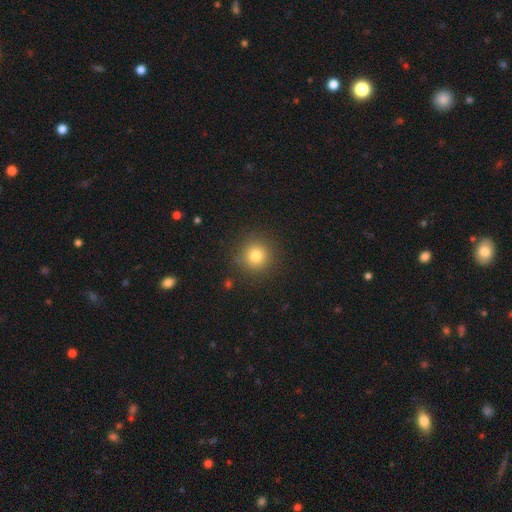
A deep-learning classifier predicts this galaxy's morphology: smooth_or_featured: smooth (p=0.79) [alt: star or artifact p=0.13]
how_rounded: round (p=0.94) [alt: in between p=0.05]
merging: none (p=0.88) [alt: minor disturbance p=0.07]